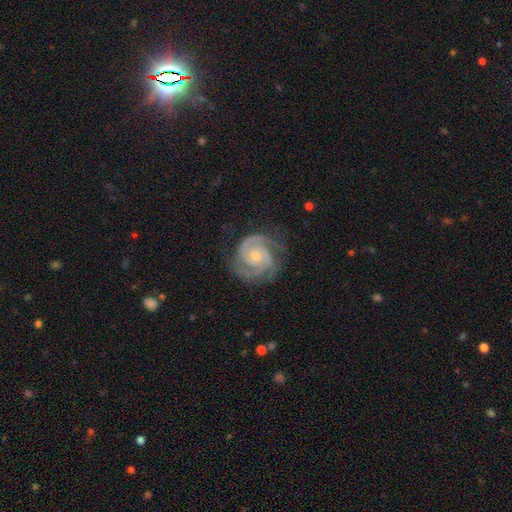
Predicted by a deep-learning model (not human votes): A featured or disk galaxy (92%) with no bar (71%), 2 (63%) tight (71%) spiral arms (99%) and a small central bulge (63%). Merging: none (77%).